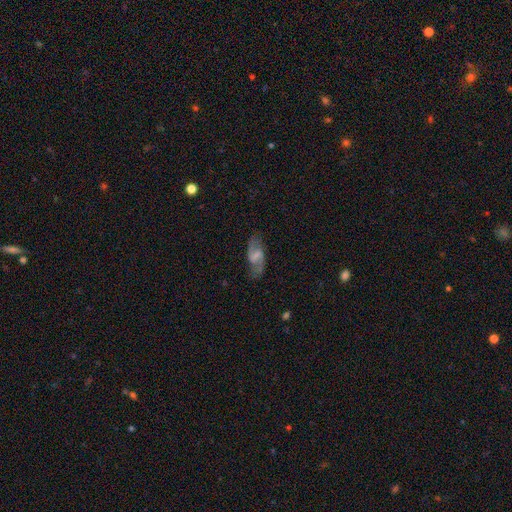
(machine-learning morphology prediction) A featured or disk galaxy (76%) with a weak bar (52%), 2 (90%) loose (47%) spiral arms (91%) and no central bulge (39%). Merging: none (78%).